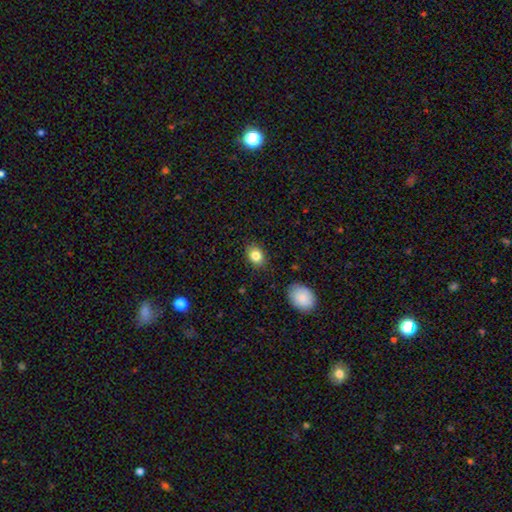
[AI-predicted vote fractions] Smooth or featured? Predicted: smooth (p=0.84). How rounded? Predicted: in between (p=0.62). Merging? Predicted: none (p=0.85).